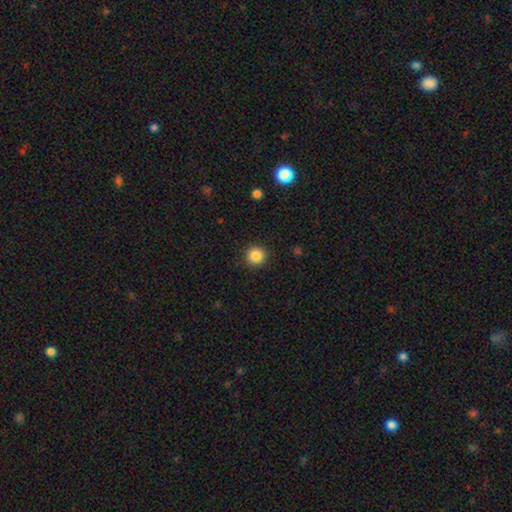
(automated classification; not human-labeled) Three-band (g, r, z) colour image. It shows a smooth galaxy with no disk features (87%) that is round (95%). Merging: none (92%).